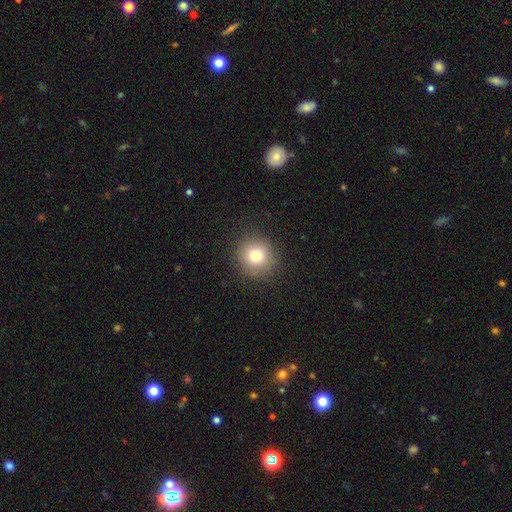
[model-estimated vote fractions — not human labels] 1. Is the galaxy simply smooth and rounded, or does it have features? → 78% smooth, 13% star or artifact, 10% featured or disk.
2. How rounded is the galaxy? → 92% round, 7% in between, 1% cigar-shaped.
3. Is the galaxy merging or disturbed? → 89% none, 8% minor disturbance, 3% major disturbance, 1% merger.